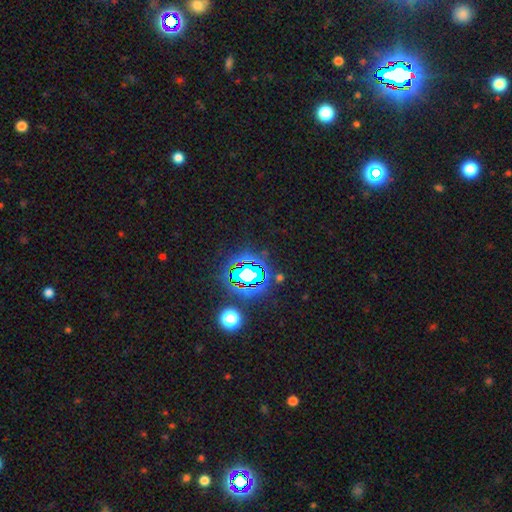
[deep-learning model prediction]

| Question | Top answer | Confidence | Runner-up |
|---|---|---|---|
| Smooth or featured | star or artifact | 83% | smooth (10%) |